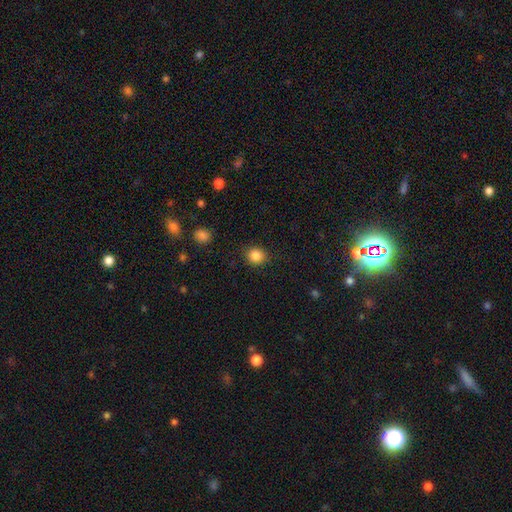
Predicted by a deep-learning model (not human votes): Smooth or featured: smooth — 85% (star or artifact — 11%)
How rounded: round — 85% (in between — 14%)
Merging: none — 89% (minor disturbance — 8%)